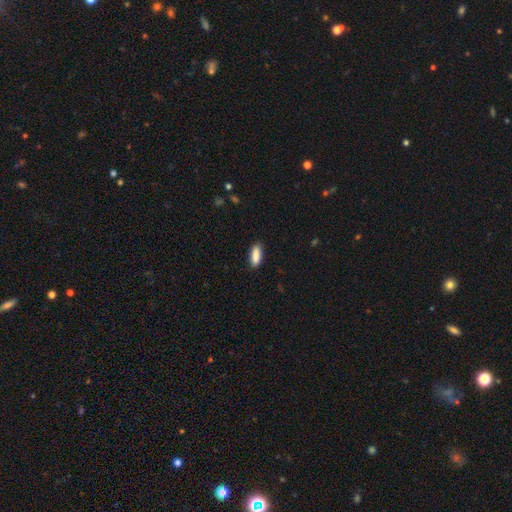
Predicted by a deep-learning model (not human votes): The model was most divided on "how rounded": in between: 71%, cigar-shaped: 27%, round: 2%. More confident: smooth or featured — smooth (89%); merging — none (87%).